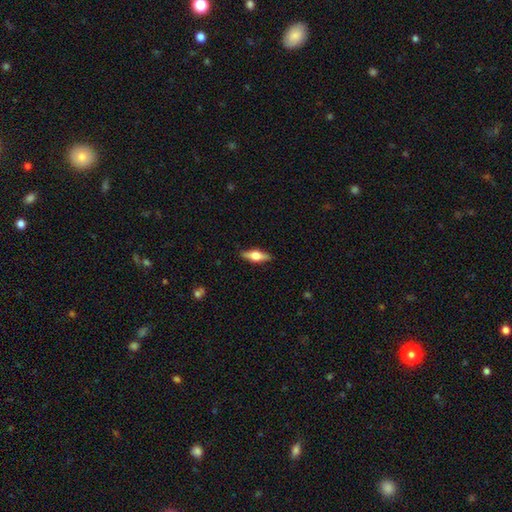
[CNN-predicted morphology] featured or disk 50%, smooth 44%, star or artifact 6%. Down the decision tree: merging — none (88%).